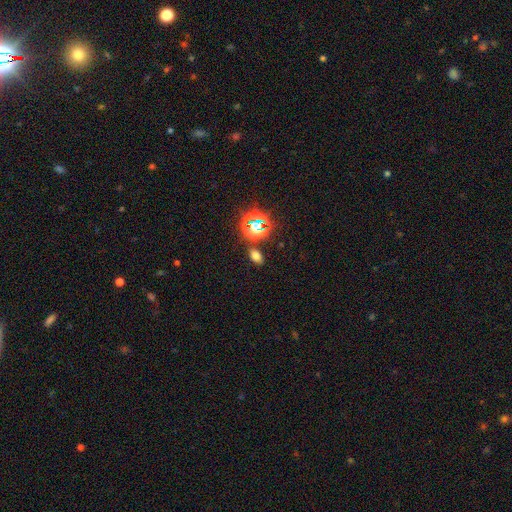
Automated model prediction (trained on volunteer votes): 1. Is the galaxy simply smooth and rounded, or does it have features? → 63% smooth, 29% star or artifact, 8% featured or disk.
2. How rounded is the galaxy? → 85% in between, 12% round, 3% cigar-shaped.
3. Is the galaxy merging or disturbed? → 85% none, 8% minor disturbance, 4% merger, 3% major disturbance.